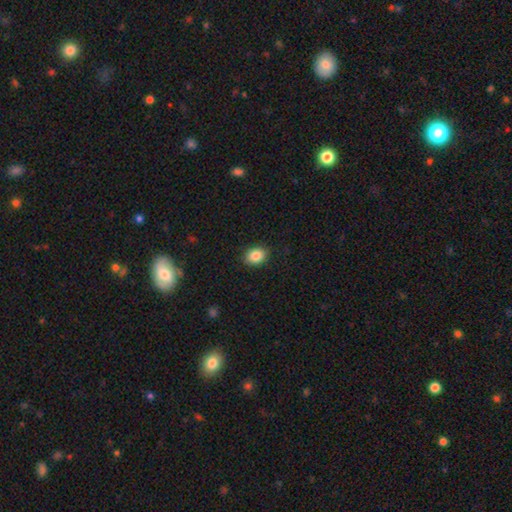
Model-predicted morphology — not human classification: A smooth galaxy with no disk features (86%) that is in between round and cigar-shaped (56%).

Vote fractions:
- Smooth or featured? smooth: 86% / star or artifact: 9% / featured or disk: 6%
- How rounded? in between: 56% / round: 43% / cigar-shaped: 1%
- Merging? none: 89% / minor disturbance: 8% / major disturbance: 2% / merger: 1%